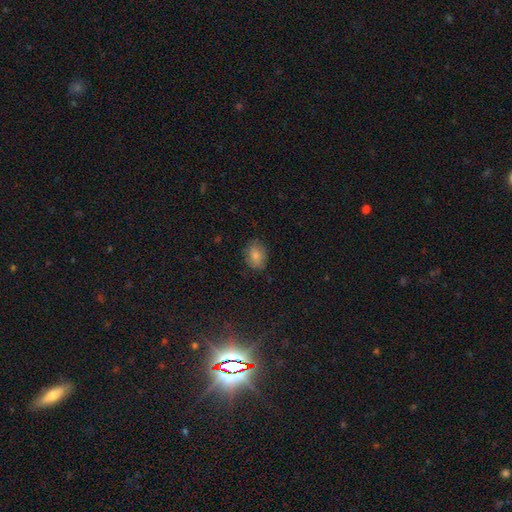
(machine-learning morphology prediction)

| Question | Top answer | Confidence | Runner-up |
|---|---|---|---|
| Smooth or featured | smooth | 81% | featured or disk (11%) |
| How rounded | in between | 63% | round (36%) |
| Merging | none | 76% | minor disturbance (18%) |